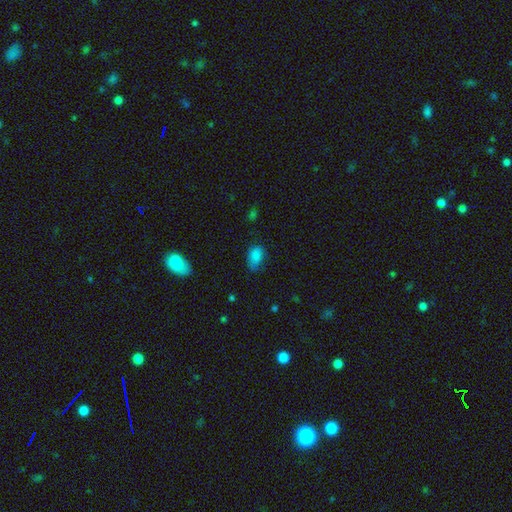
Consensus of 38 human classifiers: smooth-or-featured: smooth: 74% | featured or disk: 16% | star or artifact: 11%
  how-rounded: in between: 89% | round: 11% | cigar-shaped: 0%
  merging: minor disturbance: 56% | none: 35% | major disturbance: 9% | merger: 0%